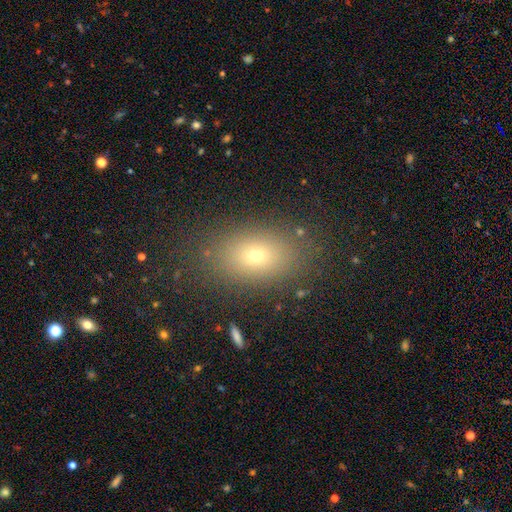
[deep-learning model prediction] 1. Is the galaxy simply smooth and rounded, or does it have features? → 67% smooth, 17% star or artifact, 15% featured or disk.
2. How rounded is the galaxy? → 79% in between, 19% round, 2% cigar-shaped.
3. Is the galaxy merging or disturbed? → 83% none, 10% minor disturbance, 5% major disturbance, 2% merger.